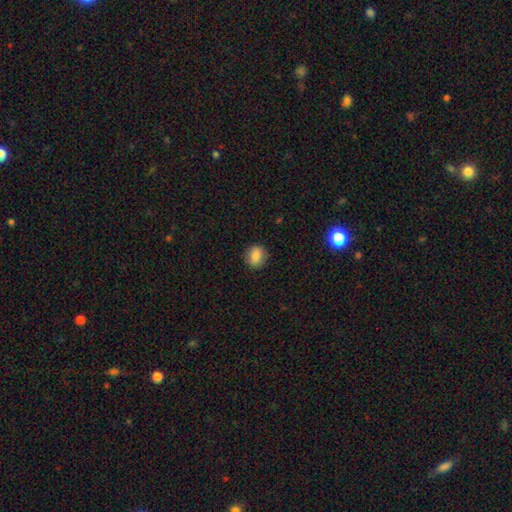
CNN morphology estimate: Q: Smooth or featured?
A: smooth (84%); runner-up: star or artifact (9%)
Q: How rounded?
A: round (65%); runner-up: in between (34%)
Q: Merging?
A: none (86%); runner-up: minor disturbance (10%)